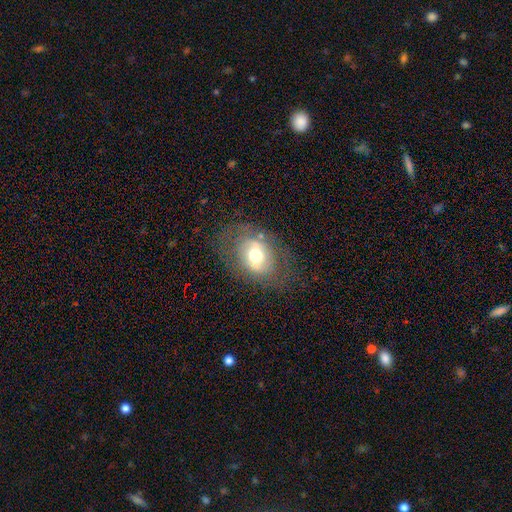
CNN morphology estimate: A featured or disk galaxy (47%).

Vote fractions:
- Smooth or featured? featured or disk: 47% / smooth: 44% / star or artifact: 9%
- Merging? none: 70% / minor disturbance: 17% / major disturbance: 12% / merger: 2%